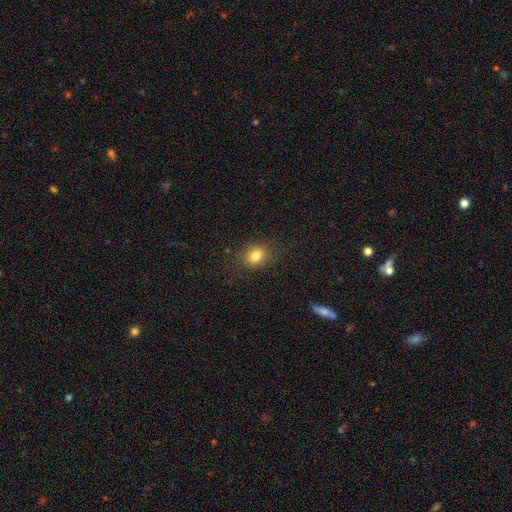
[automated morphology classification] smooth 80%, star or artifact 12%, featured or disk 9%. Down the decision tree: how rounded — round (53%); merging — none (82%).